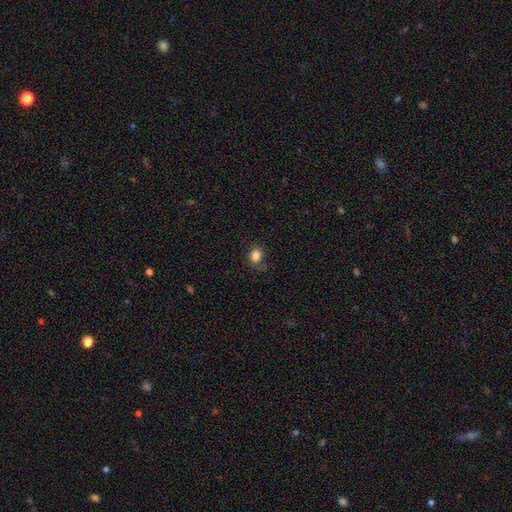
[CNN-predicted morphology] Smooth or featured? Predicted: smooth (p=0.84). How rounded? Predicted: round (p=0.61). Merging? Predicted: none (p=0.77).